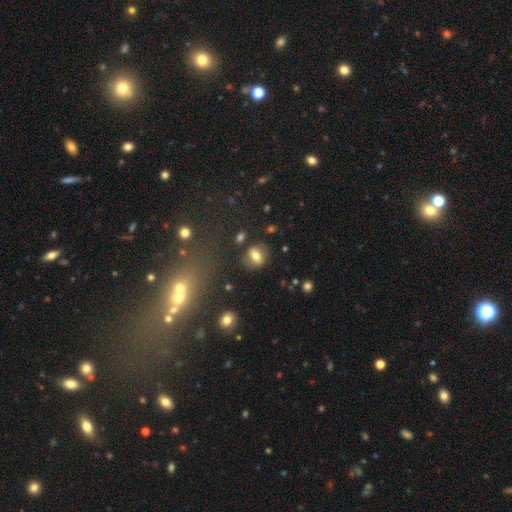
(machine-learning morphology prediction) Overall: smooth (66%). How rounded: round (52%; in between 46%). Merging: none (80%).